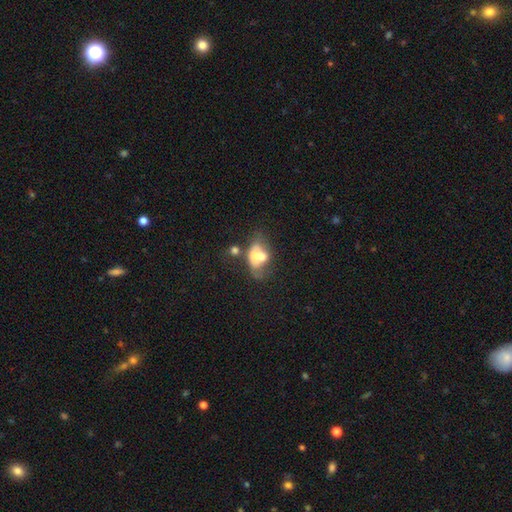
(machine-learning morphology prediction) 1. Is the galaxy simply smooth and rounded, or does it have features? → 53% smooth, 36% featured or disk, 11% star or artifact.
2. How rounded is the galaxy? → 77% in between, 21% round, 3% cigar-shaped.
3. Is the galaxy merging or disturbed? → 52% merger, 20% none, 15% major disturbance, 13% minor disturbance.